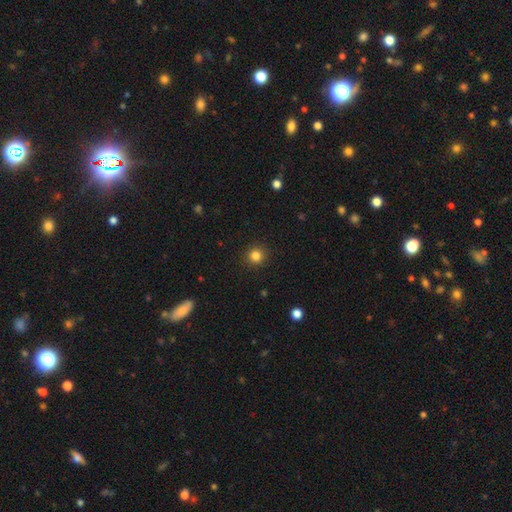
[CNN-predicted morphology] A smooth galaxy with no disk features (83%) that is round (93%).

Vote fractions:
- Smooth or featured? smooth: 83% / star or artifact: 12% / featured or disk: 5%
- How rounded? round: 93% / in between: 6% / cigar-shaped: 1%
- Merging? none: 91% / minor disturbance: 6% / major disturbance: 2% / merger: 1%